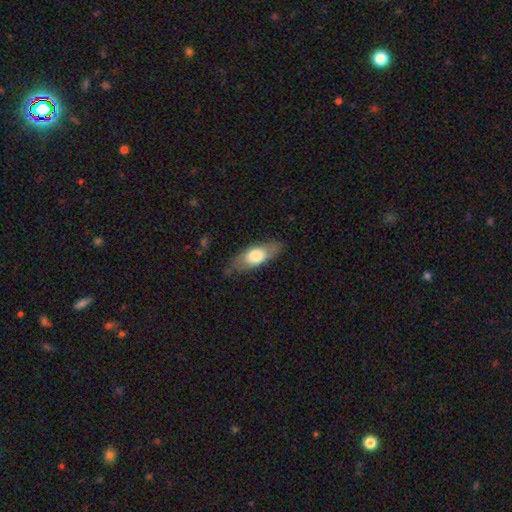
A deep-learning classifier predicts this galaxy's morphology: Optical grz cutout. It shows a smooth galaxy with no disk features (64%) that is in between round and cigar-shaped (75%). Merging: none (77%).